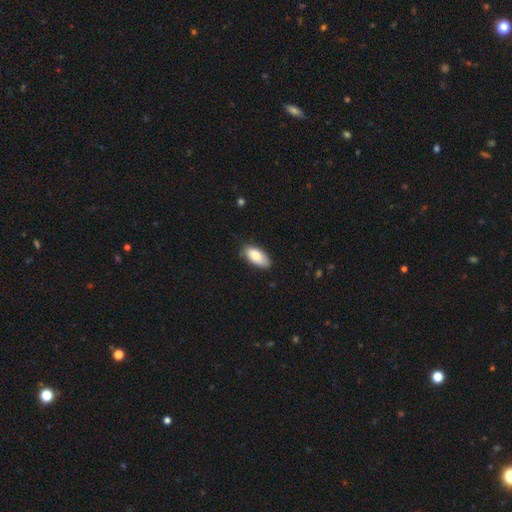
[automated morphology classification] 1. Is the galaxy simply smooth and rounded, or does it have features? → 81% smooth, 13% featured or disk, 6% star or artifact.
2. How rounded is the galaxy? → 92% in between, 6% cigar-shaped, 2% round.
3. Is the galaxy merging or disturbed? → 76% none, 20% minor disturbance, 3% major disturbance, 1% merger.